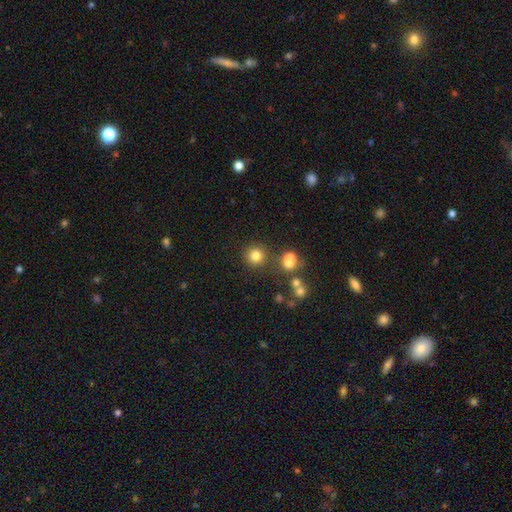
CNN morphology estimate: A smooth galaxy with no disk features (80%) that is round (91%).

Vote fractions:
- Smooth or featured? smooth: 80% / star or artifact: 14% / featured or disk: 6%
- How rounded? round: 91% / in between: 8% / cigar-shaped: 1%
- Merging? none: 80% / merger: 9% / minor disturbance: 8% / major disturbance: 4%